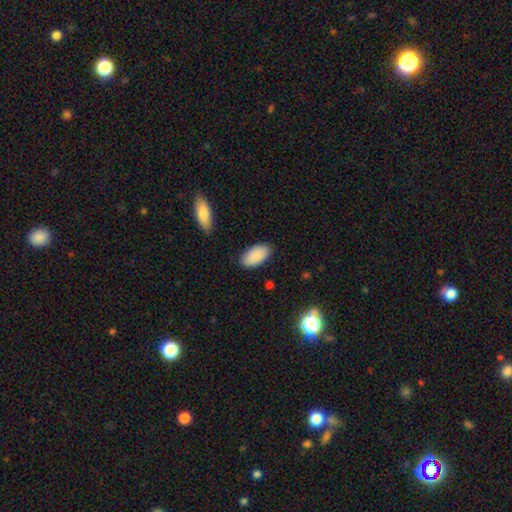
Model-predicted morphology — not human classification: Smooth or featured? Predicted: smooth (p=0.89). How rounded? Predicted: in between (p=0.95). Merging? Predicted: none (p=0.86).